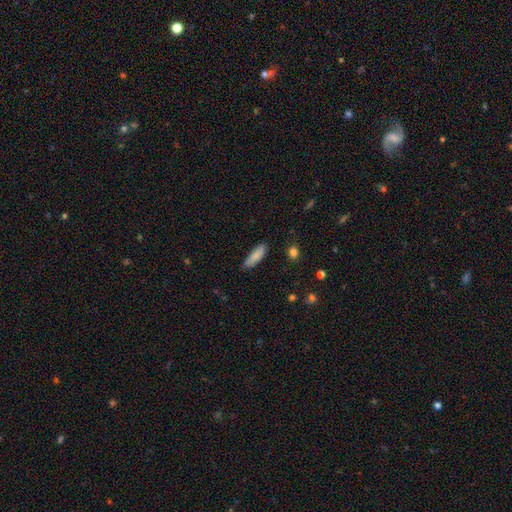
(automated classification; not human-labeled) smooth-or-featured: smooth: 85% | featured or disk: 9% | star or artifact: 6%
  how-rounded: cigar-shaped: 55% | in between: 43% | round: 2%
  merging: none: 84% | minor disturbance: 13% | major disturbance: 2% | merger: 1%